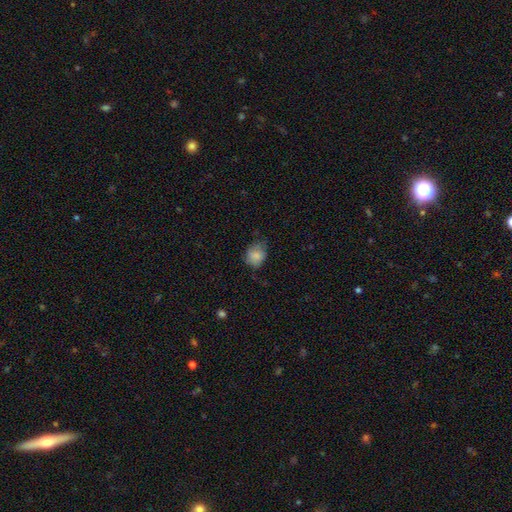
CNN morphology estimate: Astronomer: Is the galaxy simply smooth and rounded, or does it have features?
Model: smooth — 82%.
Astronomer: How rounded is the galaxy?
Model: round — 53% (runner-up: in between, 46%).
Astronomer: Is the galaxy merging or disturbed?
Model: none — 55% (runner-up: minor disturbance, 33%).